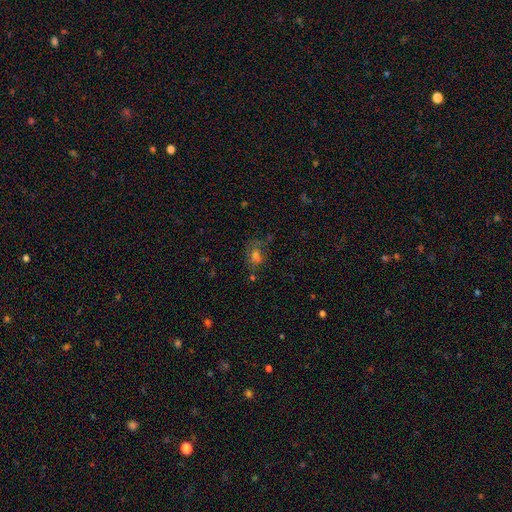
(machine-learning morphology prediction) Smooth or featured? Predicted: smooth (p=0.51). How rounded? Predicted: in between (p=0.63). Merging? Predicted: none (p=0.52).